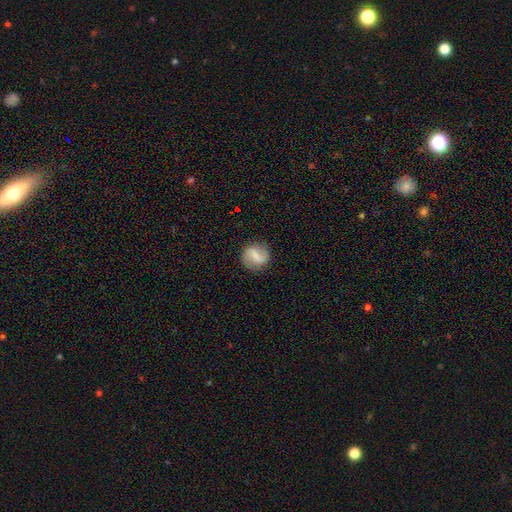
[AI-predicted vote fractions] Smooth or featured? featured or disk (51%)
Edge-on disk? no (97%)
Merging? none (83%)